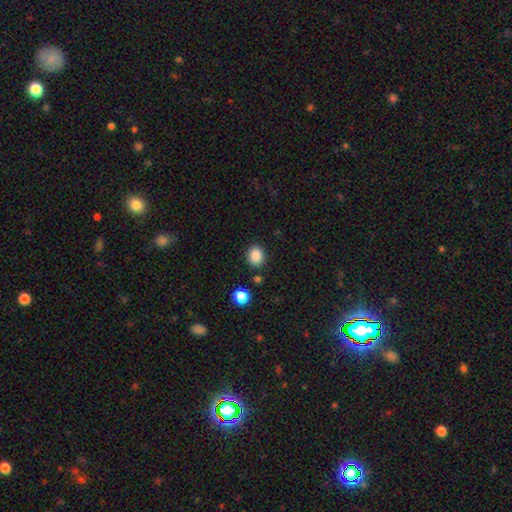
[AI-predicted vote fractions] Q: Smooth or featured?
A: smooth (86%); runner-up: star or artifact (10%)
Q: How rounded?
A: round (60%); runner-up: in between (39%)
Q: Merging?
A: none (84%); runner-up: minor disturbance (9%)